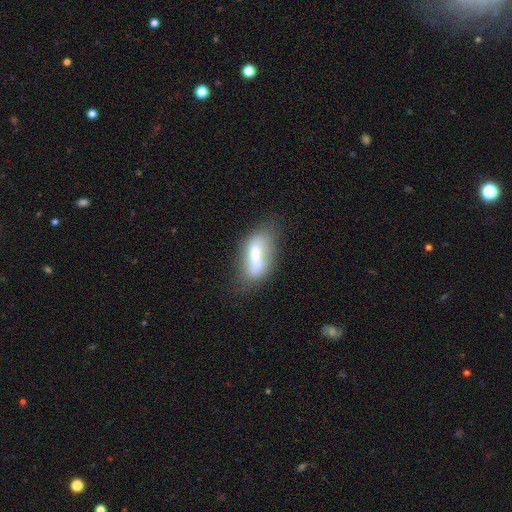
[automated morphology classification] A smooth galaxy with no disk features (59%) that is in between round and cigar-shaped (73%).

Vote fractions:
- Smooth or featured? smooth: 59% / featured or disk: 33% / star or artifact: 9%
- How rounded? in between: 73% / cigar-shaped: 23% / round: 4%
- Merging? none: 57% / minor disturbance: 24% / major disturbance: 11% / merger: 8%